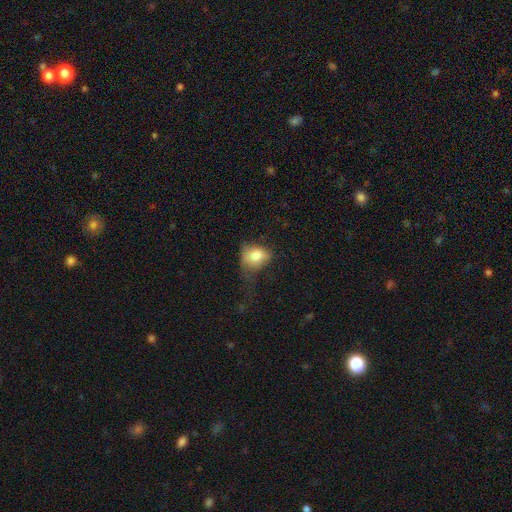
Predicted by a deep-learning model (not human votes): Morphology: type=smooth (75%); roundness=in between (55%); merging=major disturbance (37%).